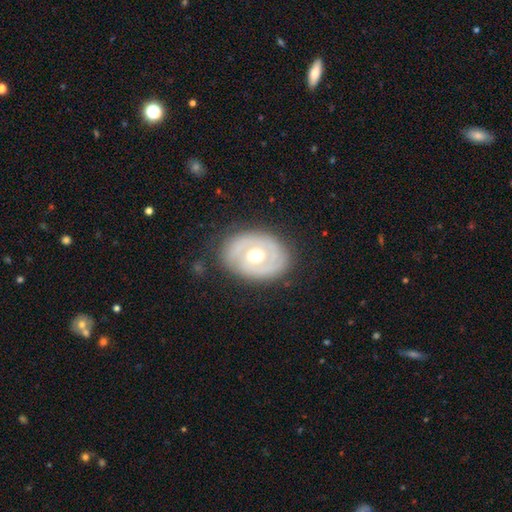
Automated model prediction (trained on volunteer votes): featured or disk 70%, smooth 25%, star or artifact 5%. Down the decision tree: edge-on disk — no (95%); bar — no (76%); spiral arms — no (50%, tied with yes); bulge size — moderate (75%); merging — none (78%).